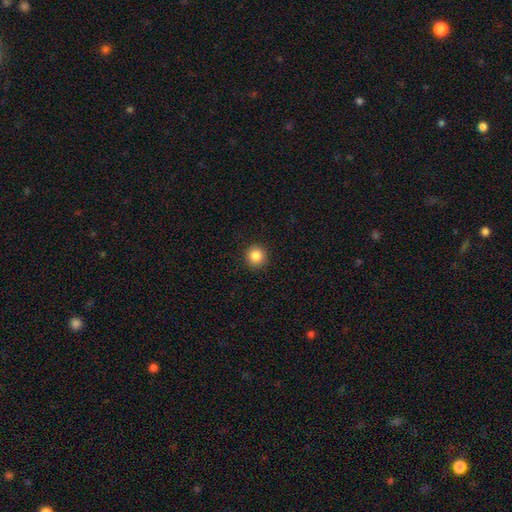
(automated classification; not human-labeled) smooth_or_featured: smooth (p=0.86) [alt: star or artifact p=0.10]
how_rounded: round (p=0.94) [alt: in between p=0.05]
merging: none (p=0.92) [alt: minor disturbance p=0.05]